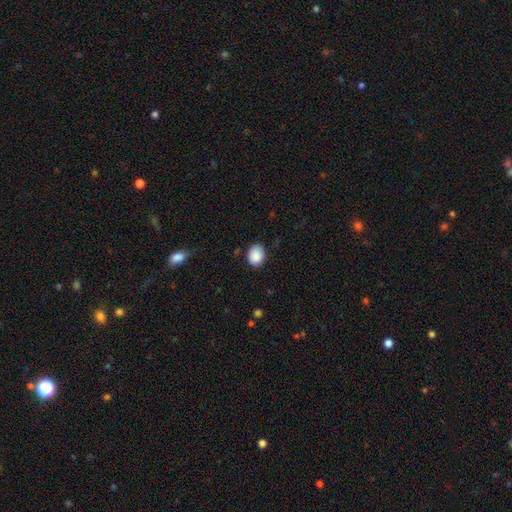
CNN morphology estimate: Smooth or featured? smooth (89%)
How rounded? in between (57%)
Merging? none (78%)